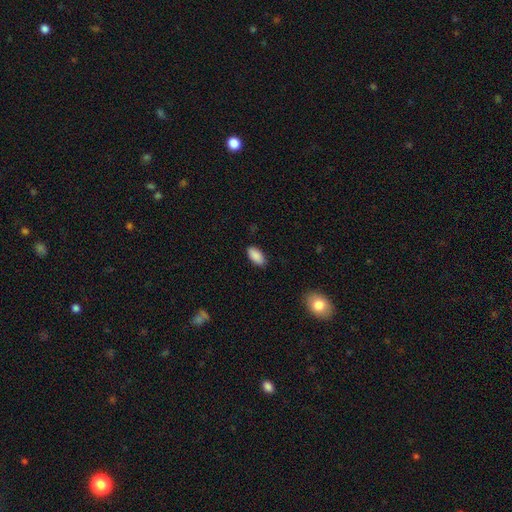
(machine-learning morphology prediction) smooth_or_featured: smooth (p=0.89) [alt: star or artifact p=0.07]
how_rounded: in between (p=0.93) [alt: cigar-shaped p=0.04]
merging: none (p=0.86) [alt: minor disturbance p=0.11]